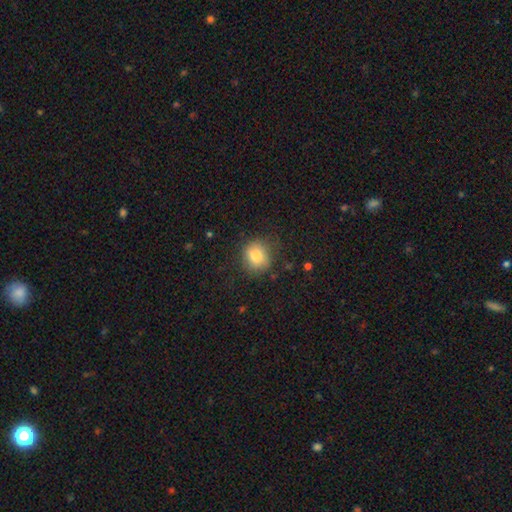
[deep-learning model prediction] Smooth or featured? Predicted: smooth (p=0.83). How rounded? Predicted: round (p=0.72). Merging? Predicted: none (p=0.74).